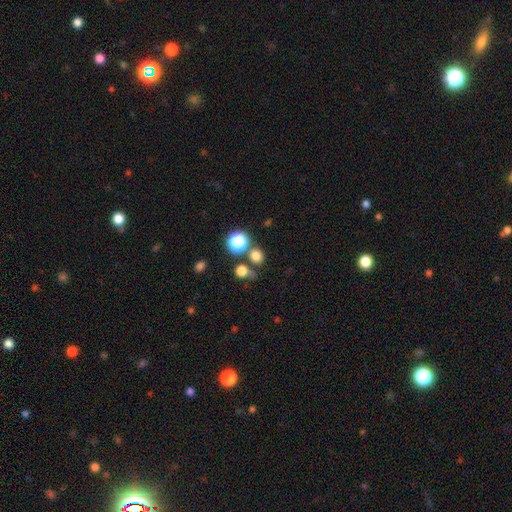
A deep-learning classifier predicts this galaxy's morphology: smooth 74%, star or artifact 19%, featured or disk 7%. Down the decision tree: how rounded — round (82%); merging — none (66%).